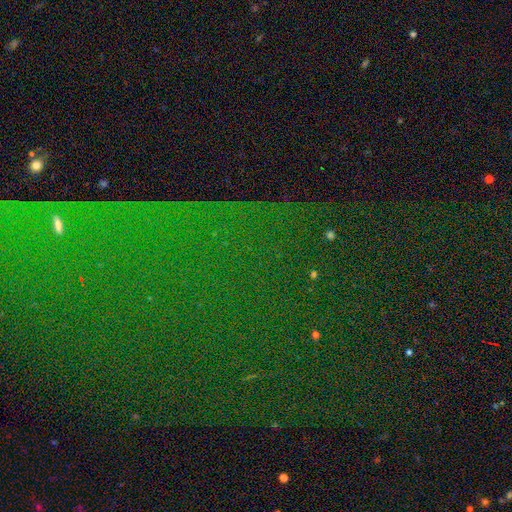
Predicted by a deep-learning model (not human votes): Smooth or featured? star or artifact (85%)